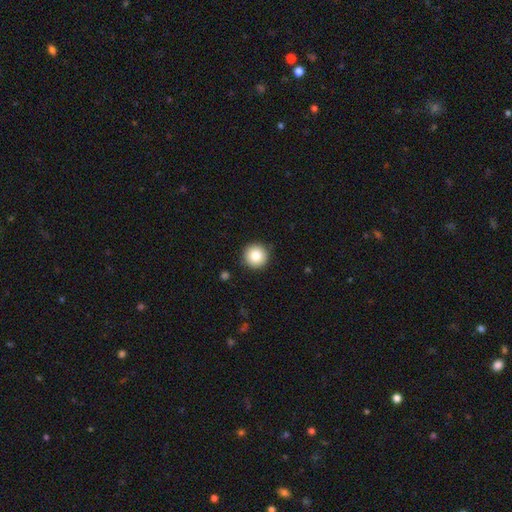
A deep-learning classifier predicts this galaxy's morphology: Overall: smooth (82%). How rounded: round (96%). Merging: none (91%).